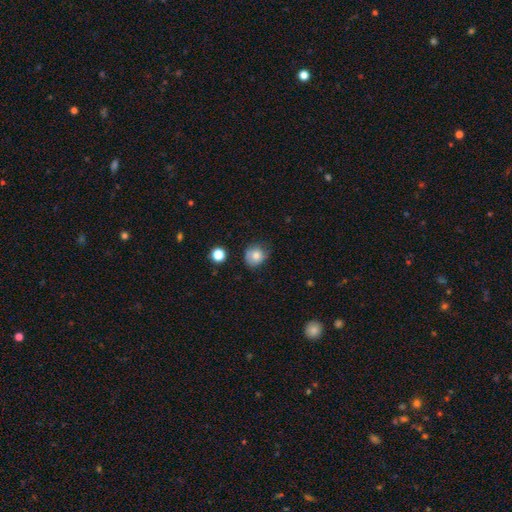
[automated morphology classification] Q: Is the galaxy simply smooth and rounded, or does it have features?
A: smooth — 77%.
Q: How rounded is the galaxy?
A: round — 76%.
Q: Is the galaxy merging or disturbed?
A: none — 63%.